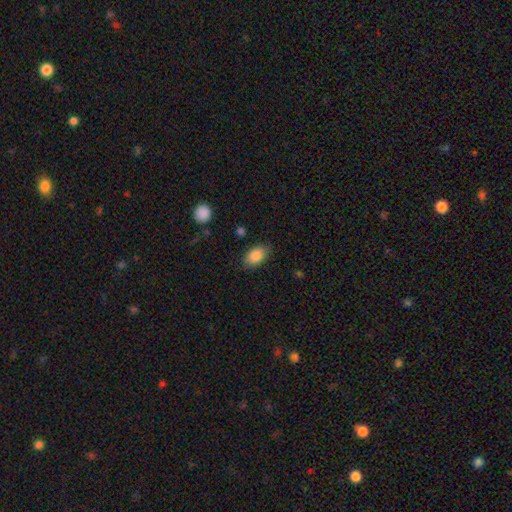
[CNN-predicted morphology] Smooth or featured? smooth (87%)
How rounded? in between (90%)
Merging? none (82%)